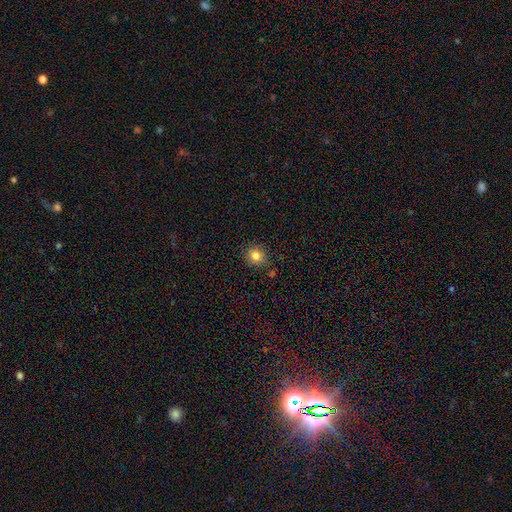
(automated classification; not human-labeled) A smooth galaxy with no disk features (84%) that is round (80%).

Vote fractions:
- Smooth or featured? smooth: 84% / star or artifact: 11% / featured or disk: 5%
- How rounded? round: 80% / in between: 19% / cigar-shaped: 1%
- Merging? none: 82% / minor disturbance: 11% / merger: 3% / major disturbance: 3%